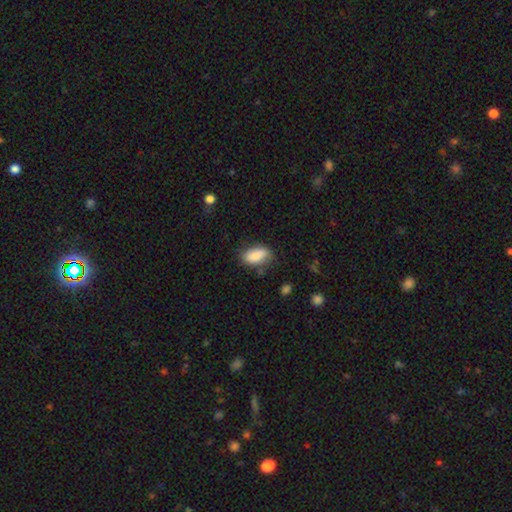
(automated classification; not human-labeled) Morphology: type=smooth (81%); roundness=in between (91%); merging=none (67%).